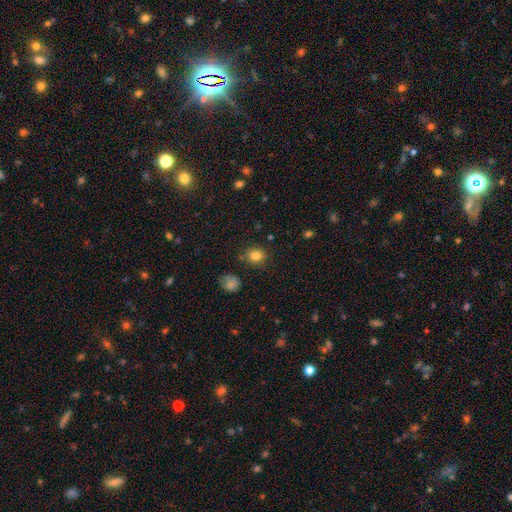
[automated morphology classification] Smooth or featured?
  - smooth: 82% *
  - star or artifact: 12%
  - featured or disk: 6%
How rounded?
  - round: 70% *
  - in between: 29%
  - cigar-shaped: 1%
Merging?
  - none: 83% *
  - minor disturbance: 11%
  - major disturbance: 3%
  - merger: 3%